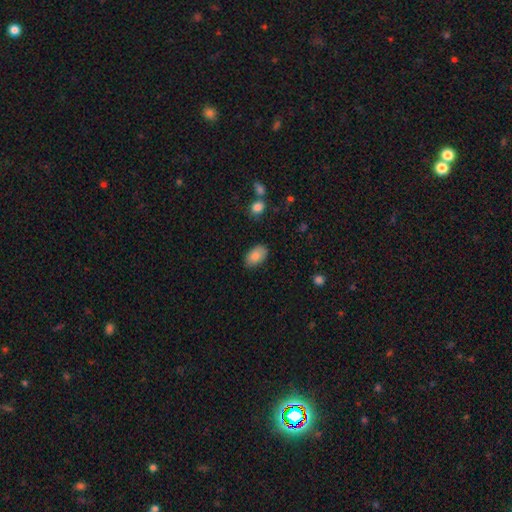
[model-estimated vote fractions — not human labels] This appears to be a smooth galaxy with no disk features (88%) that is in between round and cigar-shaped (93%). Merging: none (84%).